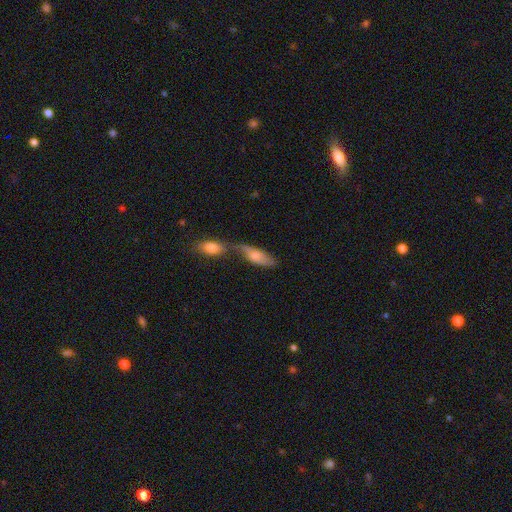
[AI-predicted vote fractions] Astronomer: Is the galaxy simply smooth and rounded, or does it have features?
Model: smooth — 59%.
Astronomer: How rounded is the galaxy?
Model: in between — 72%.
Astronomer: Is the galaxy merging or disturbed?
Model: merger — 46% (runner-up: none, 30%).